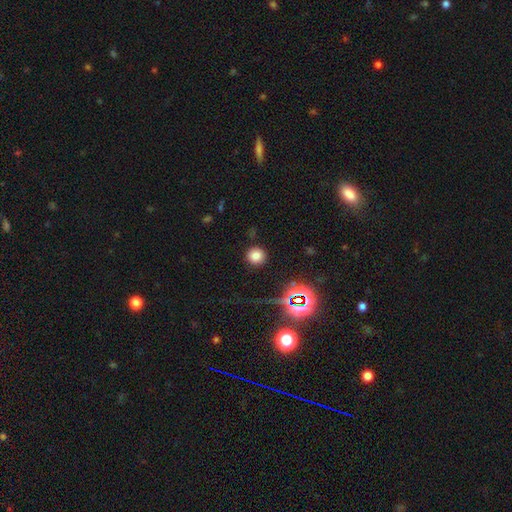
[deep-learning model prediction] Smooth or featured? smooth (75%)
How rounded? round (93%)
Merging? none (90%)